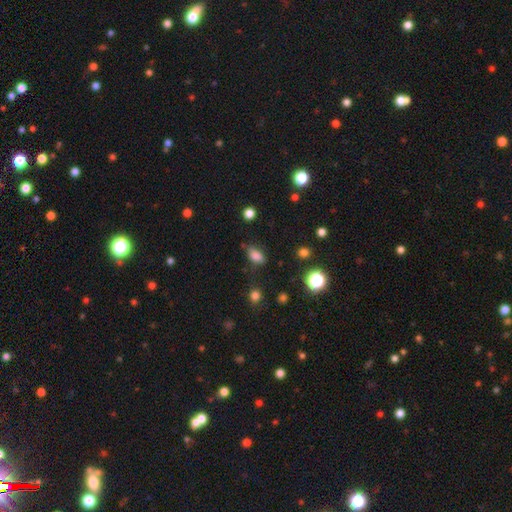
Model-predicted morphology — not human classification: type=smooth (79%); roundness=in between (84%); merging=none (68%).